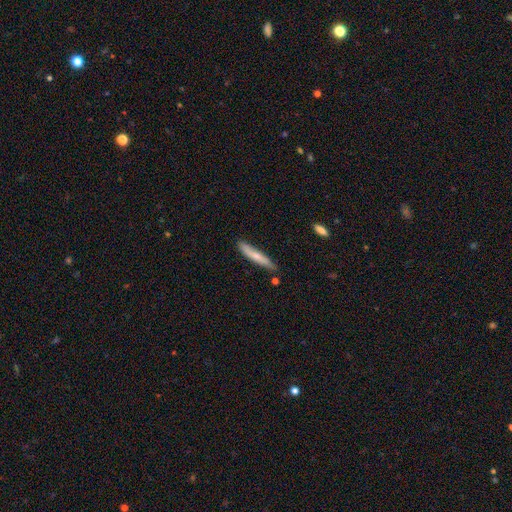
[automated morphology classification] The model was most divided on "smooth or featured": smooth: 64%, featured or disk: 31%, star or artifact: 6%. More confident: how rounded — cigar-shaped (90%); merging — none (78%).